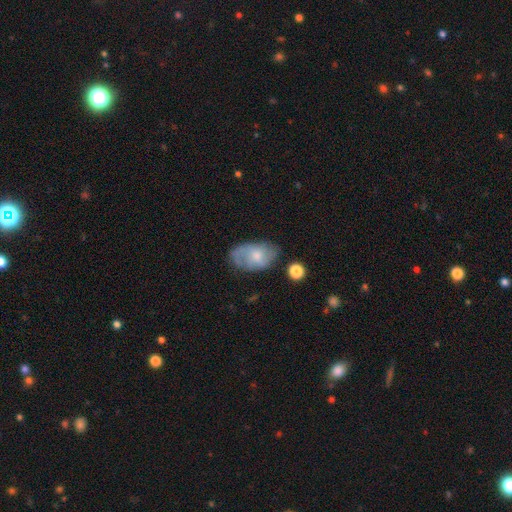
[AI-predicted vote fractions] featured or disk 47%, smooth 46%, star or artifact 7%. Down the decision tree: merging — none (57%).